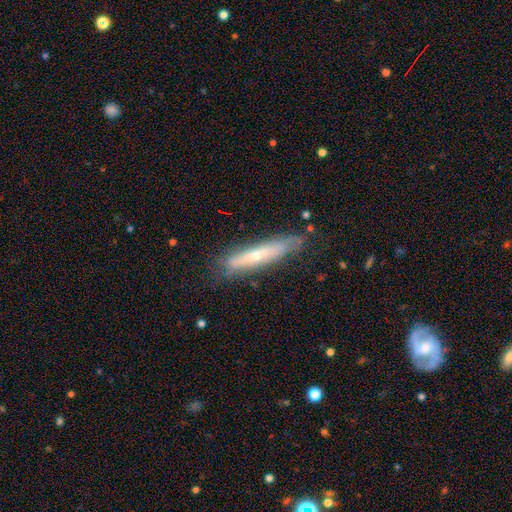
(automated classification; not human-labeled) Smooth or featured? Predicted: featured or disk (p=0.53). Edge-on disk? Predicted: yes (p=0.72). Merging? Predicted: none (p=0.77).